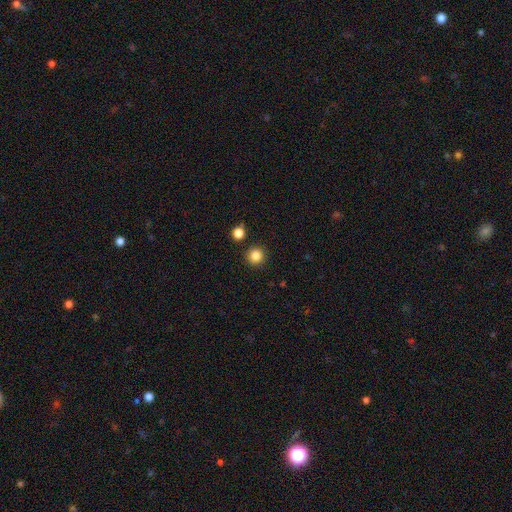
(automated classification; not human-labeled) A smooth galaxy with no disk features (85%) that is round (95%).

Vote fractions:
- Smooth or featured? smooth: 85% / star or artifact: 11% / featured or disk: 4%
- How rounded? round: 95% / in between: 4% / cigar-shaped: 1%
- Merging? none: 90% / minor disturbance: 5% / merger: 3% / major disturbance: 2%